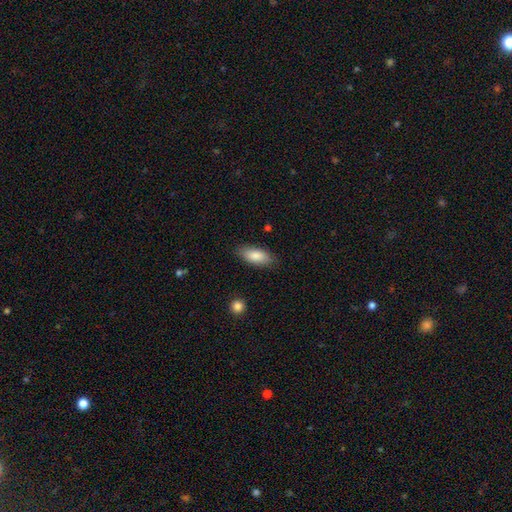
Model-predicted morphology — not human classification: smooth 85%, featured or disk 9%, star or artifact 6%. Down the decision tree: how rounded — in between (85%); merging — none (84%).